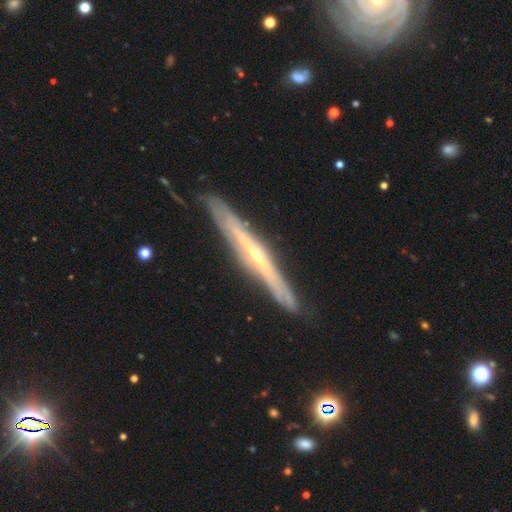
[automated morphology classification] A featured or disk galaxy (81%) viewed edge-on (93%) with a rounded central bulge (70%).

Vote fractions:
- Smooth or featured? featured or disk: 81% / smooth: 13% / star or artifact: 5%
- Edge-on disk? yes: 93% / no: 7%
- Edge-on bulge? rounded: 70% / none: 26% / boxy: 3%
- Merging? none: 84% / minor disturbance: 13% / major disturbance: 2% / merger: 1%